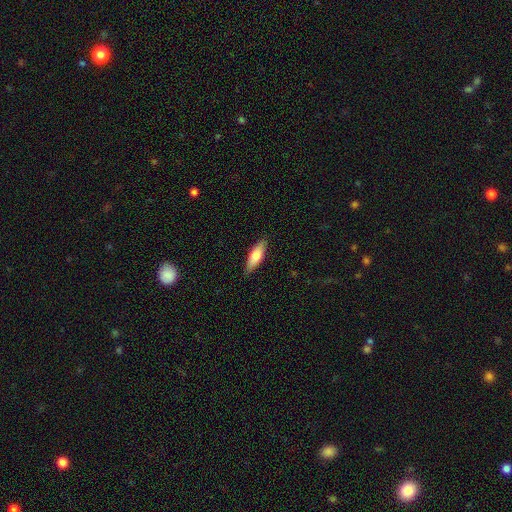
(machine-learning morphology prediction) smooth 68%, featured or disk 27%, star or artifact 6%. Down the decision tree: how rounded — in between (49%, tied with cigar-shaped); merging — none (87%).